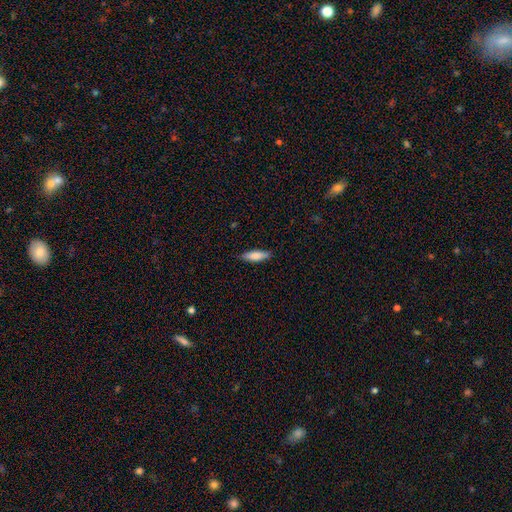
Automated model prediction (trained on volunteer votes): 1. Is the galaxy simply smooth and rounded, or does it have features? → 80% smooth, 15% featured or disk, 6% star or artifact.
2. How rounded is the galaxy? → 53% cigar-shaped, 45% in between, 2% round.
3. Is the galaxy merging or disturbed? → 85% none, 12% minor disturbance, 2% major disturbance, 1% merger.